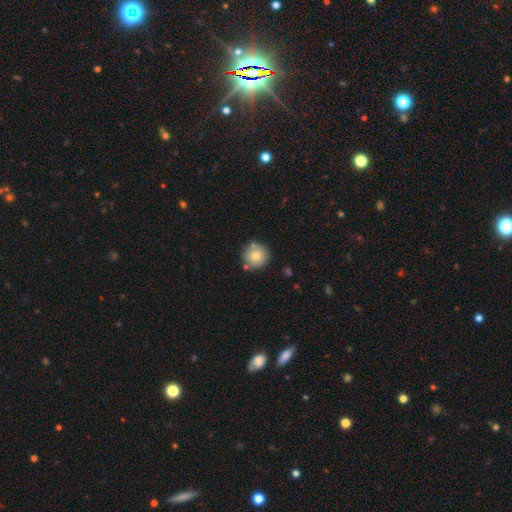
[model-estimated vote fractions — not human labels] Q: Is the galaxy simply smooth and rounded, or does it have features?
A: smooth — 78%.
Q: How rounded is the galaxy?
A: round — 95%.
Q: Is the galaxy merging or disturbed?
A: none — 79%.